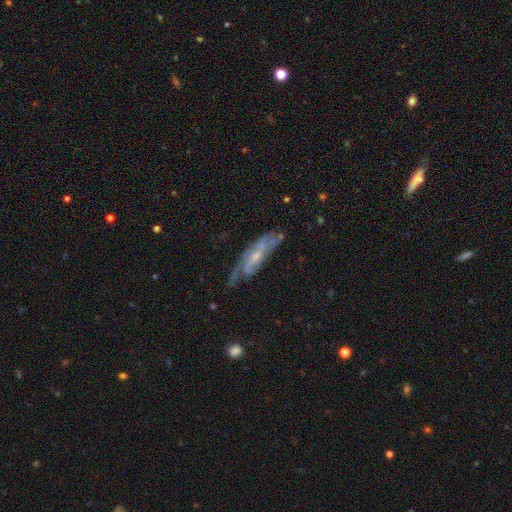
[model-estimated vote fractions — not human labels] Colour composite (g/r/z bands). It shows a featured or disk galaxy (71%) with no bar (54%), spiral arms (79%) and a small central bulge (53%). Merging: none (52%).